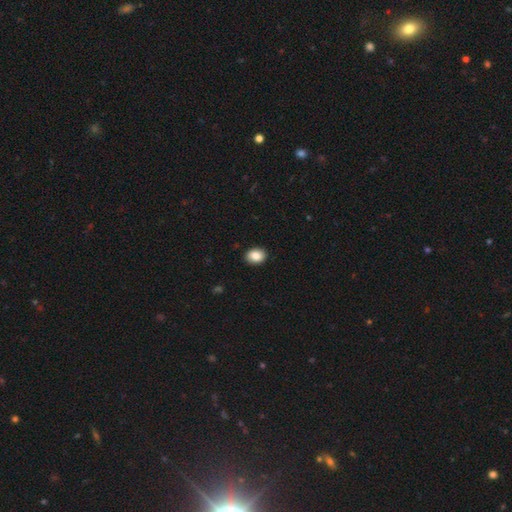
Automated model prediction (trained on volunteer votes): smooth-or-featured: smooth: 86% | star or artifact: 8% | featured or disk: 6%
  how-rounded: in between: 65% | round: 34% | cigar-shaped: 1%
  merging: none: 91% | minor disturbance: 7% | major disturbance: 2% | merger: 1%